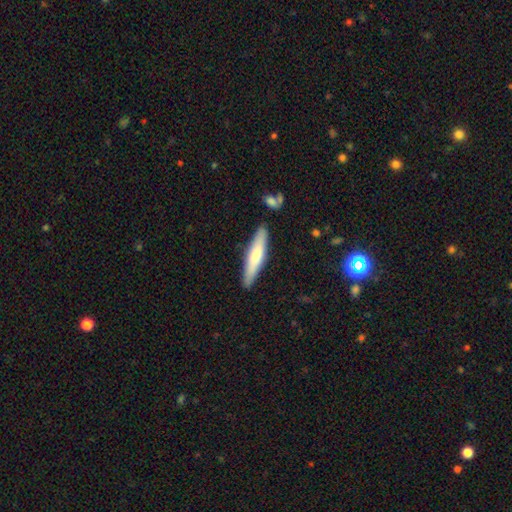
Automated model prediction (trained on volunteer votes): Morphology: type=smooth (63%); roundness=cigar-shaped (86%); merging=none (87%).